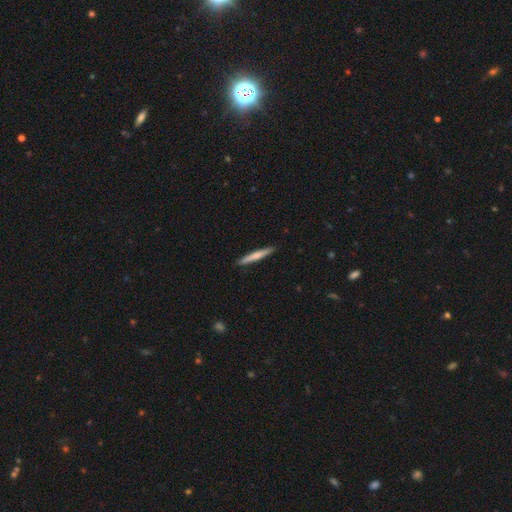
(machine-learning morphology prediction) Smooth or featured: smooth — 67% (featured or disk — 28%)
How rounded: cigar-shaped — 96% (in between — 3%)
Merging: none — 91% (minor disturbance — 7%)